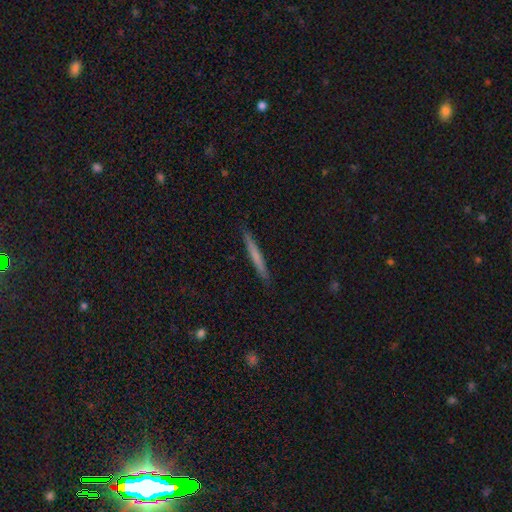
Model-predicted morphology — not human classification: This is likely a smooth galaxy (62%). How rounded: clearly cigar-shaped (96%). Merging: clearly none (90%).